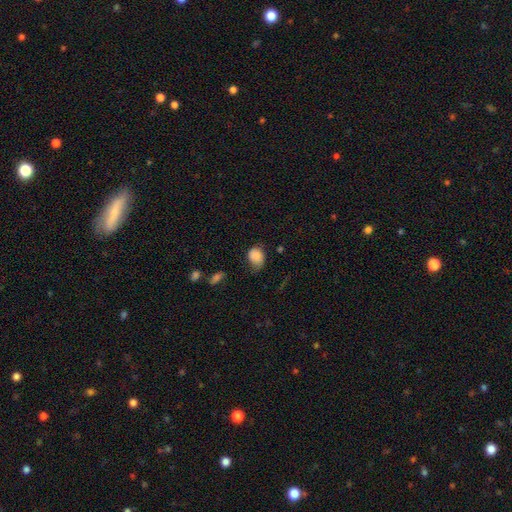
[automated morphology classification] Smooth or featured? Predicted: smooth (p=0.81). How rounded? Predicted: in between (p=0.57). Merging? Predicted: none (p=0.48).